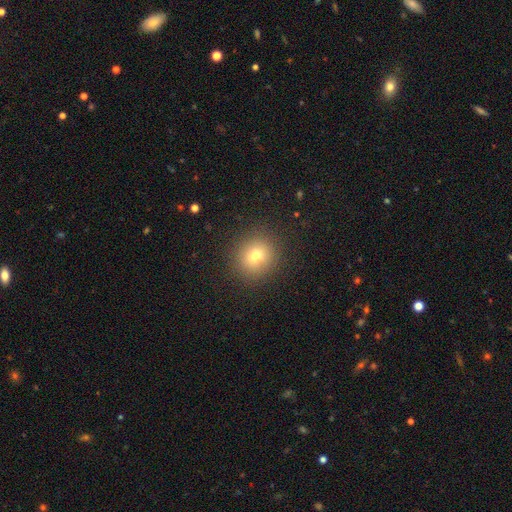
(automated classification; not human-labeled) Q: Smooth or featured?
A: smooth (75%); runner-up: star or artifact (14%)
Q: How rounded?
A: round (84%); runner-up: in between (15%)
Q: Merging?
A: none (89%); runner-up: minor disturbance (7%)